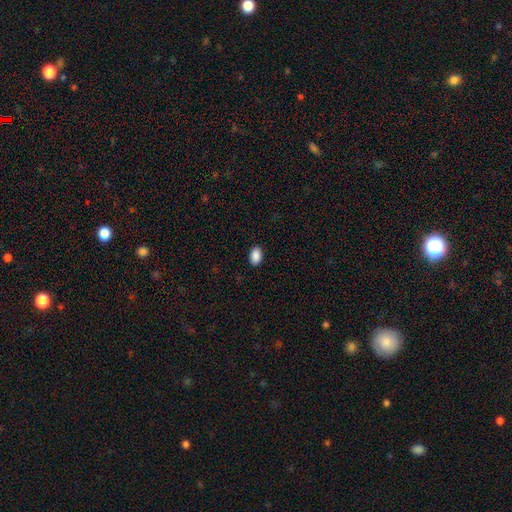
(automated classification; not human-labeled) A smooth galaxy with no disk features (89%) that is in between round and cigar-shaped (89%). Merging: none (89%).